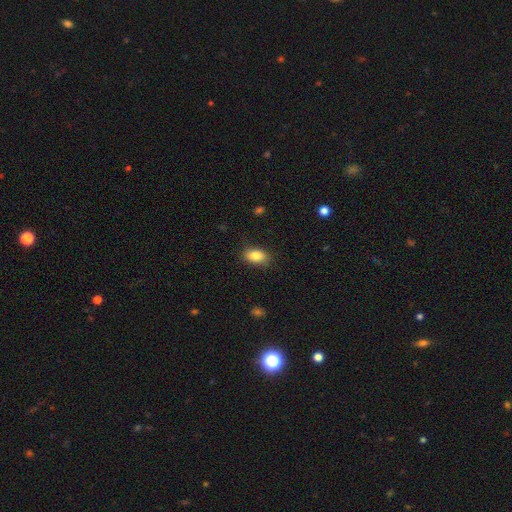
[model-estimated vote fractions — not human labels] A smooth galaxy with no disk features (85%) that is in between round and cigar-shaped (86%).

Vote fractions:
- Smooth or featured? smooth: 85% / star or artifact: 8% / featured or disk: 7%
- How rounded? in between: 86% / round: 12% / cigar-shaped: 2%
- Merging? none: 83% / minor disturbance: 13% / major disturbance: 3% / merger: 1%